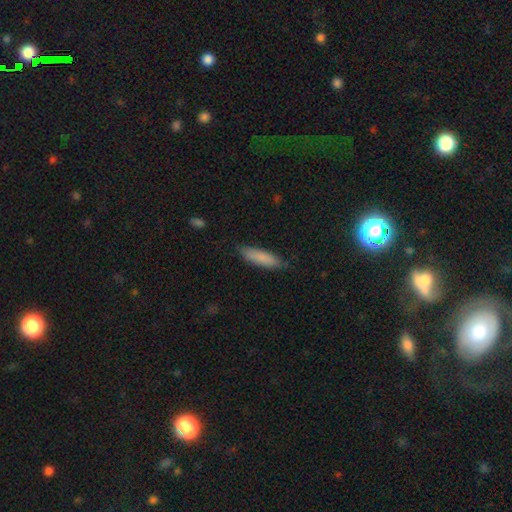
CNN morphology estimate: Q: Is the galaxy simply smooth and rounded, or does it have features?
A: smooth — 82%.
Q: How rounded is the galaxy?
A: cigar-shaped — 73%.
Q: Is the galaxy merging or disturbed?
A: none — 85%.